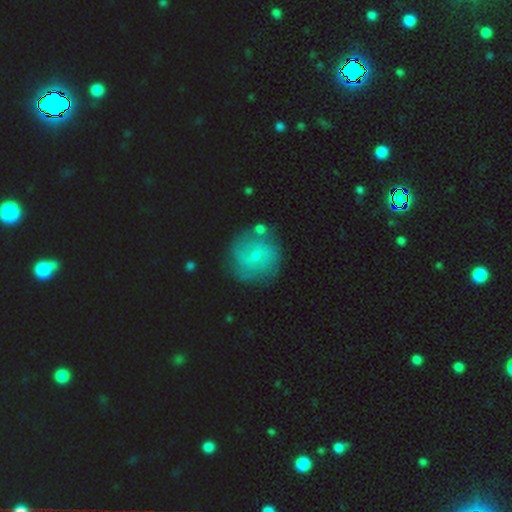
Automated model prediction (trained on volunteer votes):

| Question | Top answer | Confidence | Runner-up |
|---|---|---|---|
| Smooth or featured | featured or disk | 52% | smooth (39%) |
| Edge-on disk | no | 97% | yes (3%) |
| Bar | no | 58% | weak (36%) |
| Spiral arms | yes | 72% | no (28%) |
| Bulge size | small | 80% | moderate (15%) |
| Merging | none | 71% | minor disturbance (15%) |